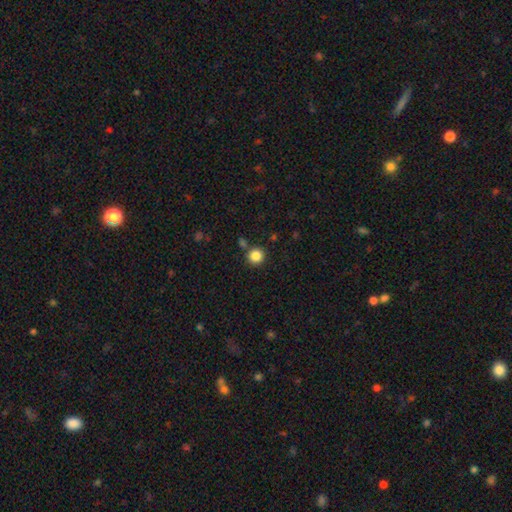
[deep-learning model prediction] Smooth or featured?
  - smooth: 85% *
  - star or artifact: 11%
  - featured or disk: 4%
How rounded?
  - round: 93% *
  - in between: 6%
  - cigar-shaped: 1%
Merging?
  - none: 83% *
  - merger: 8%
  - minor disturbance: 7%
  - major disturbance: 3%